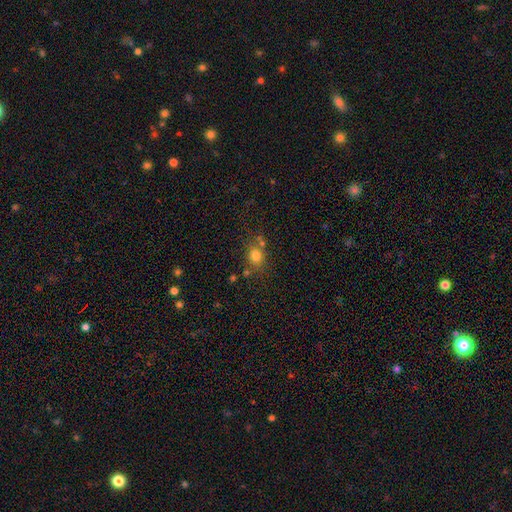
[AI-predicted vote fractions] A smooth galaxy with no disk features (77%) that is round (65%). Merging: none (66%).